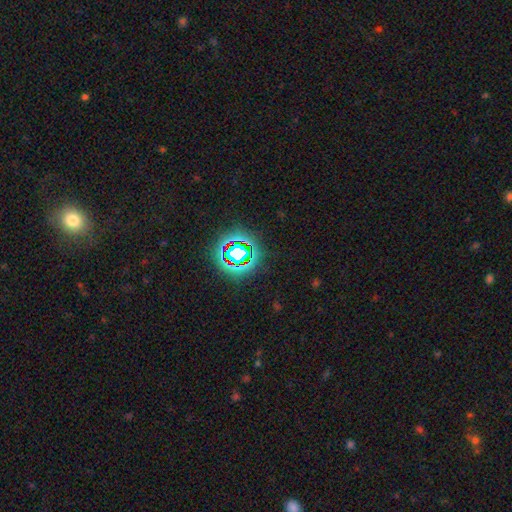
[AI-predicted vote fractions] A star or artifact, not a galaxy (73%).

Vote fractions:
- Smooth or featured? star or artifact: 73% / smooth: 17% / featured or disk: 10%